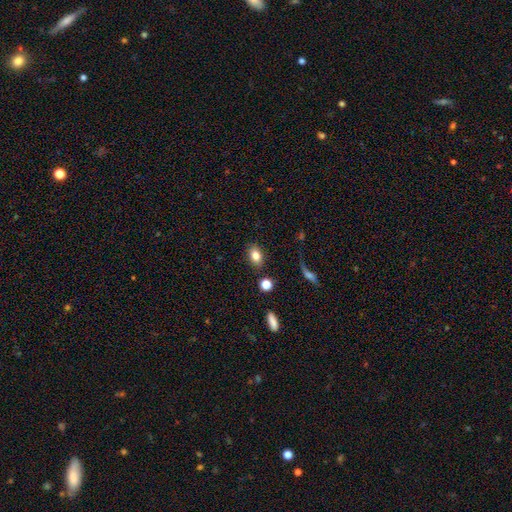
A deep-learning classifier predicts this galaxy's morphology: Overall: smooth (80%). How rounded: in between (80%). Merging: none (84%).